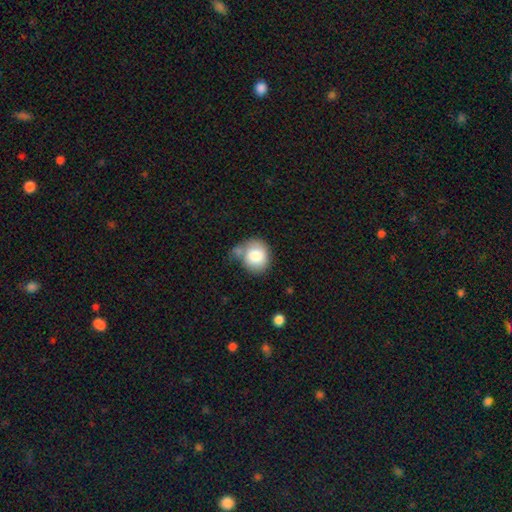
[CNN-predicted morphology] A smooth galaxy with no disk features (82%) that is round (71%). Merging: none (41%).